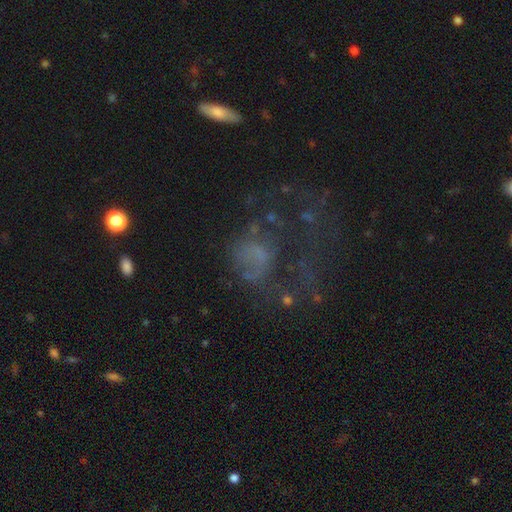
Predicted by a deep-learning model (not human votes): Morphology: type=featured or disk (42%); merging=major disturbance (51%).